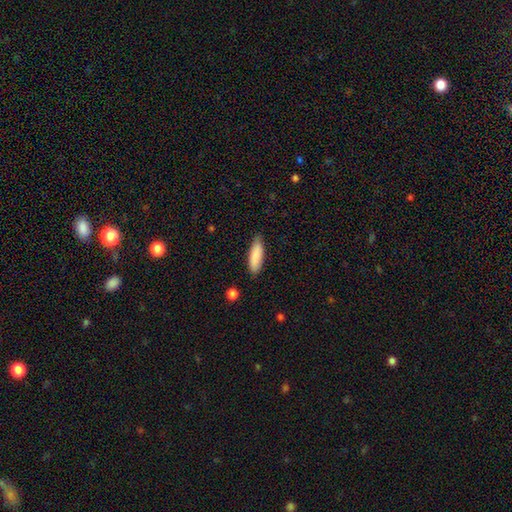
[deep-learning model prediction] Smooth or featured: smooth — 87% (featured or disk — 7%)
How rounded: in between — 51% (cigar-shaped — 47%)
Merging: none — 83% (minor disturbance — 13%)